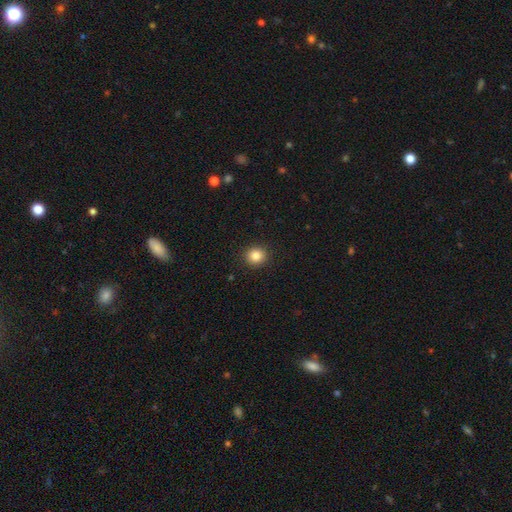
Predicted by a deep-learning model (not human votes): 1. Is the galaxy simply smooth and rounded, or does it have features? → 85% smooth, 10% star or artifact, 5% featured or disk.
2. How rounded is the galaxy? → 88% round, 11% in between, 1% cigar-shaped.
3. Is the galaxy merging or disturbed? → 91% none, 6% minor disturbance, 2% major disturbance, 1% merger.